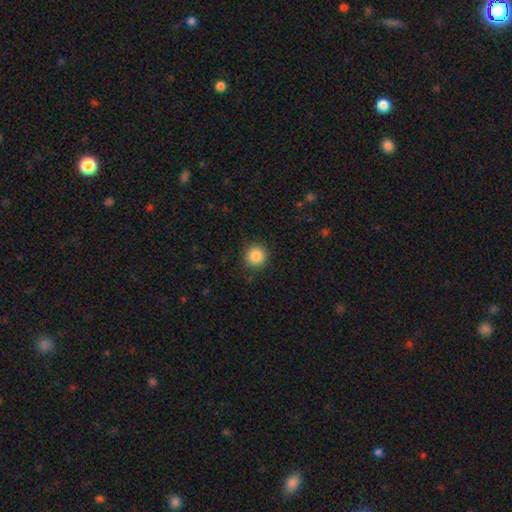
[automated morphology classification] Smooth or featured? smooth (87%)
How rounded? round (94%)
Merging? none (89%)